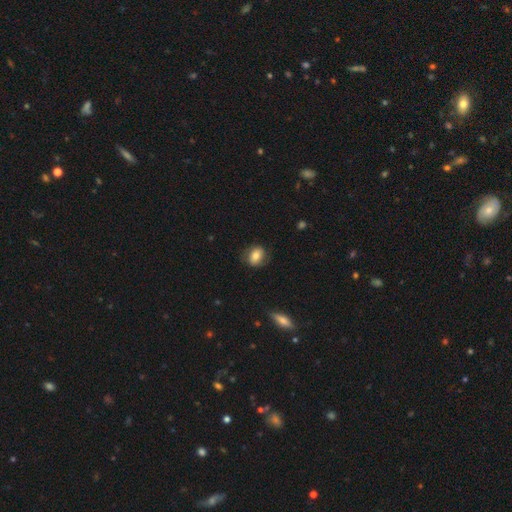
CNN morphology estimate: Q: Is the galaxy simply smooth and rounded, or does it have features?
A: smooth — 75%.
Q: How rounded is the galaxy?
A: in between — 53%.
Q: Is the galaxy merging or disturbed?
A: none — 79%.